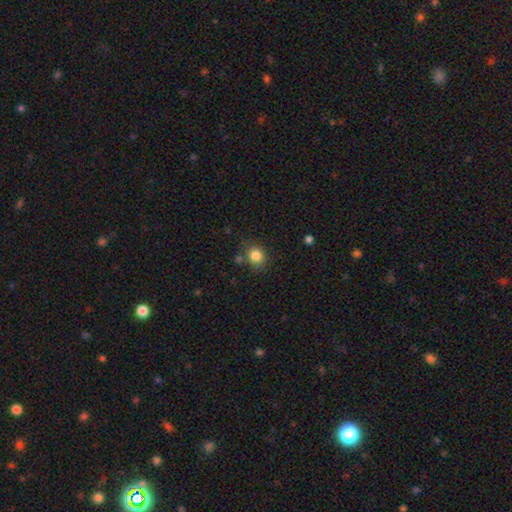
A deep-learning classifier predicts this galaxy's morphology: Overall: smooth (83%). How rounded: round (76%). Merging: none (75%).